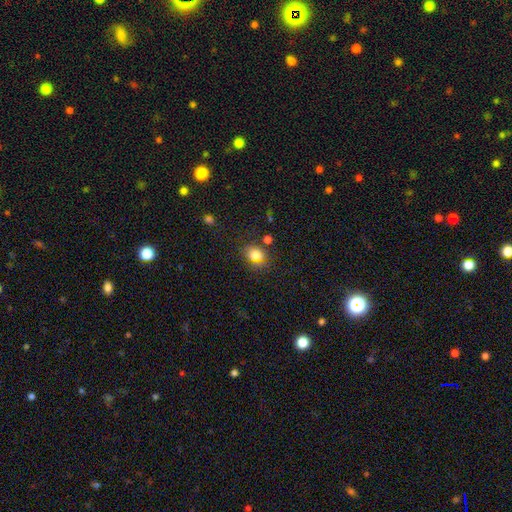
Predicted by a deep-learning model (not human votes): Q: Smooth or featured?
A: smooth (76%); runner-up: star or artifact (16%)
Q: How rounded?
A: round (53%); runner-up: in between (45%)
Q: Merging?
A: none (76%); runner-up: minor disturbance (14%)